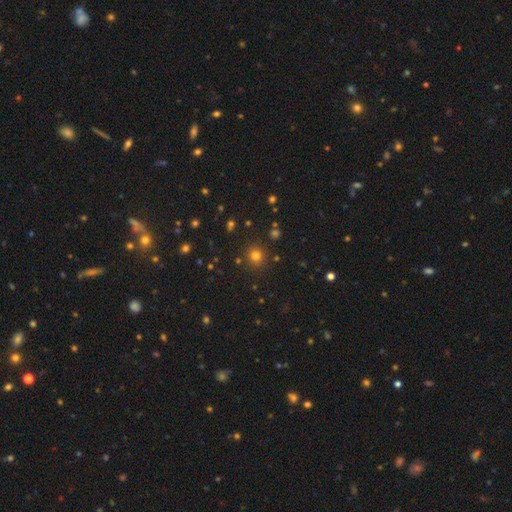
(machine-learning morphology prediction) smooth_or_featured: smooth (p=0.76) [alt: star or artifact p=0.18]
how_rounded: round (p=0.92) [alt: in between p=0.07]
merging: none (p=0.88) [alt: minor disturbance p=0.07]